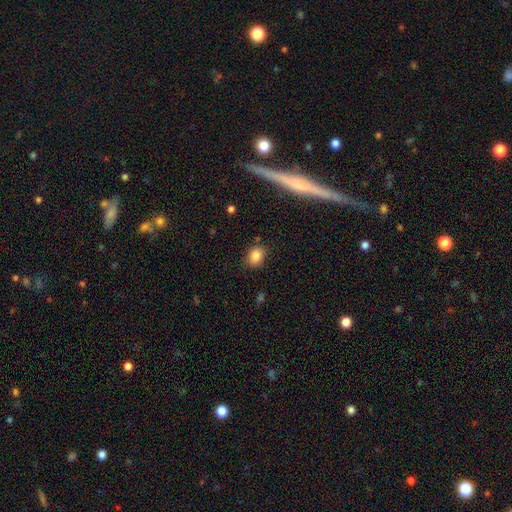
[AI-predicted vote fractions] Smooth or featured? Predicted: smooth (p=0.84). How rounded? Predicted: in between (p=0.56). Merging? Predicted: none (p=0.81).